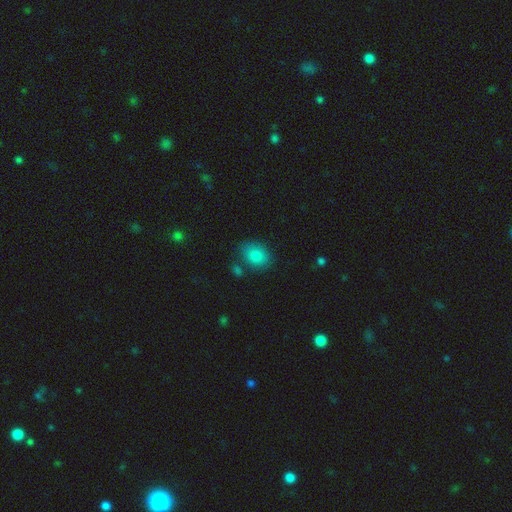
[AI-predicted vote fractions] Smooth or featured? smooth (84%)
How rounded? in between (59%)
Merging? none (72%)